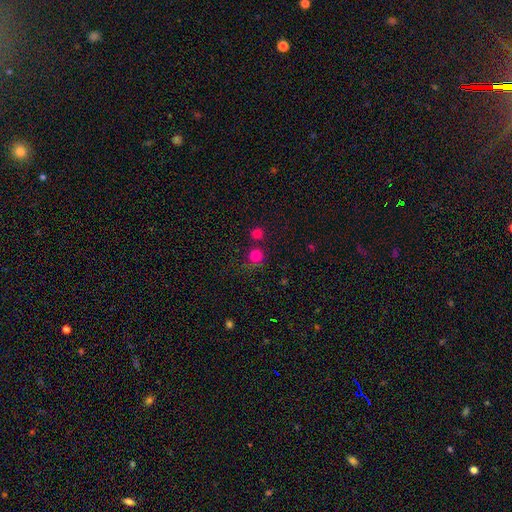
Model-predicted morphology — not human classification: smooth_or_featured: smooth (p=0.79) [alt: star or artifact p=0.15]
how_rounded: round (p=0.93) [alt: in between p=0.06]
merging: none (p=0.69) [alt: merger p=0.16]